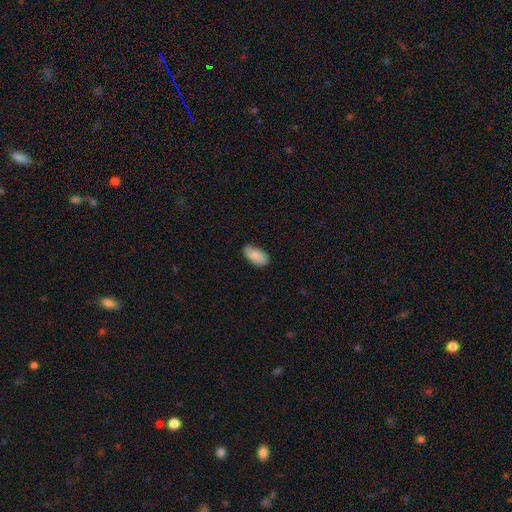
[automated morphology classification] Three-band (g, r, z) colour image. It shows a smooth galaxy with no disk features (86%) that is in between round and cigar-shaped (94%). Merging: none (77%).